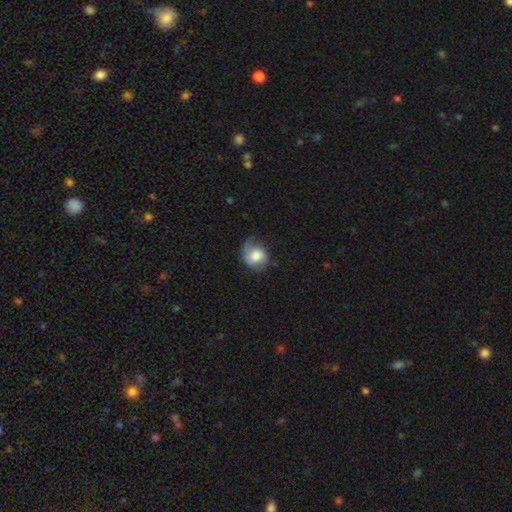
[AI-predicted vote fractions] Smooth or featured?
  - smooth: 60% *
  - featured or disk: 32%
  - star or artifact: 8%
How rounded?
  - round: 66% *
  - in between: 33%
  - cigar-shaped: 1%
Merging?
  - none: 47% *
  - minor disturbance: 32%
  - major disturbance: 19%
  - merger: 2%